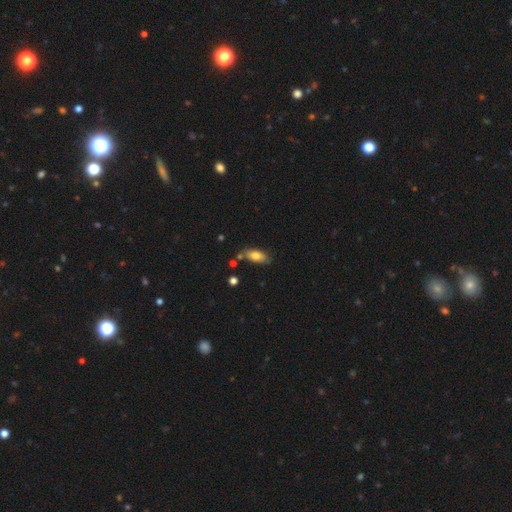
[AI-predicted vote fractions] smooth 77%, featured or disk 16%, star or artifact 7%. Down the decision tree: how rounded — in between (85%); merging — none (73%).